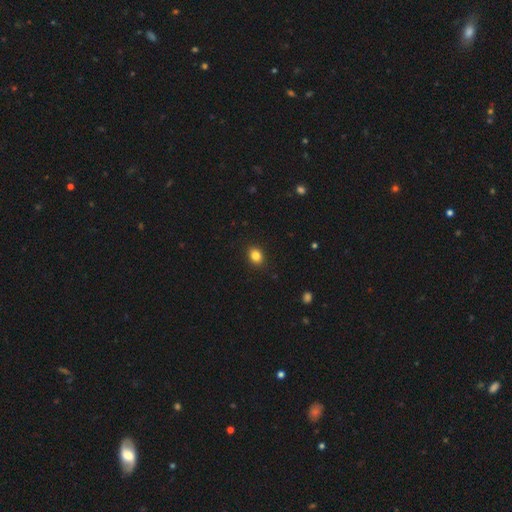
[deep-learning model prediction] smooth 84%, star or artifact 11%, featured or disk 5%. Down the decision tree: how rounded — round (50%, tied with in between); merging — none (90%).